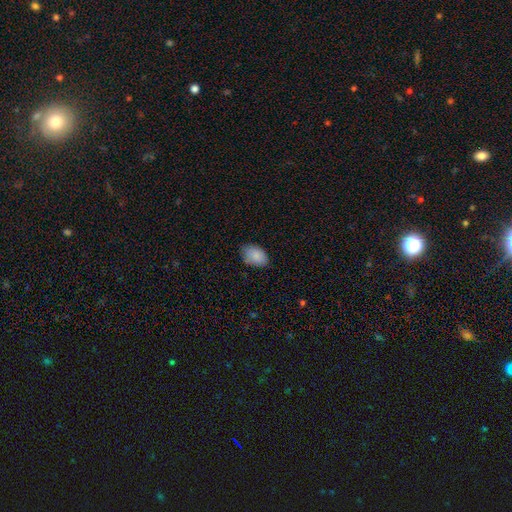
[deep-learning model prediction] Smooth or featured? smooth (87%)
How rounded? in between (87%)
Merging? none (74%)